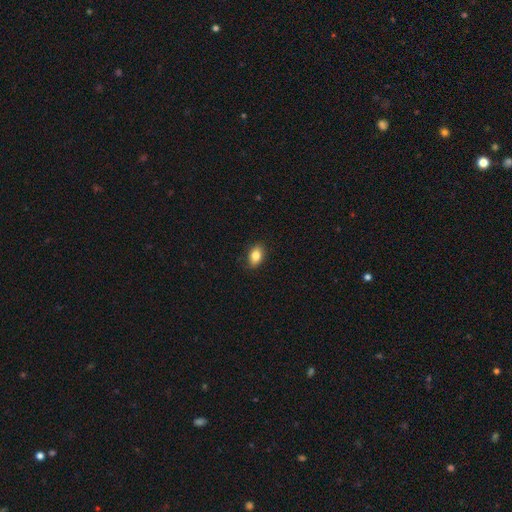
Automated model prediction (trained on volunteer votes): Smooth or featured? Predicted: smooth (p=0.84). How rounded? Predicted: in between (p=0.84). Merging? Predicted: none (p=0.86).